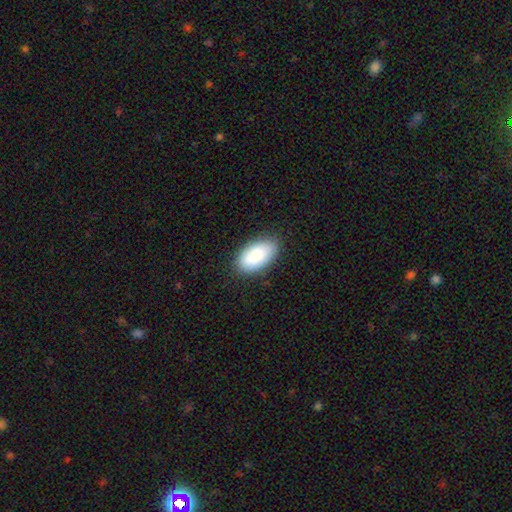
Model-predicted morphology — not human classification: Q: Smooth or featured?
A: smooth (88%); runner-up: star or artifact (6%)
Q: How rounded?
A: in between (95%); runner-up: round (3%)
Q: Merging?
A: none (84%); runner-up: minor disturbance (12%)